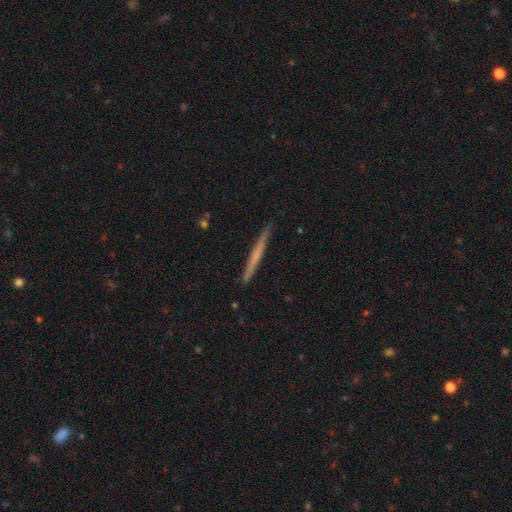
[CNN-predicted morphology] This is possibly a featured or disk galaxy (50%). Merging: clearly none (92%).